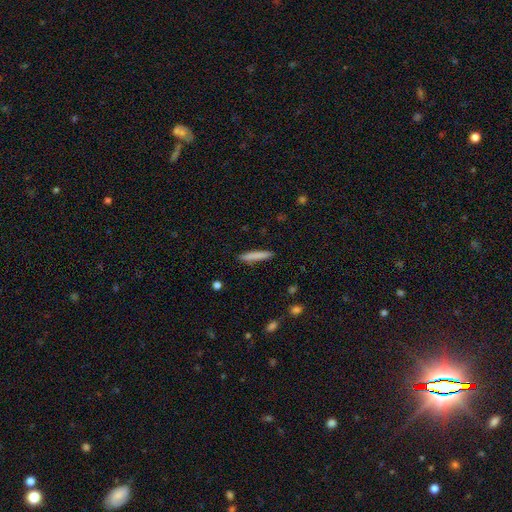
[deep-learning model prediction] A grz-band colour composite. It shows a smooth galaxy with no disk features (81%) that is cigar-shaped (93%). Merging: none (90%).